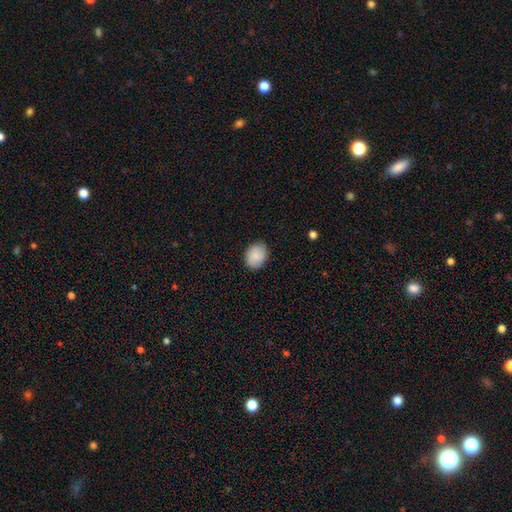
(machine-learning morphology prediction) This appears to be a smooth galaxy with no disk features (84%) that is in between round and cigar-shaped (53%). Merging: none (85%).